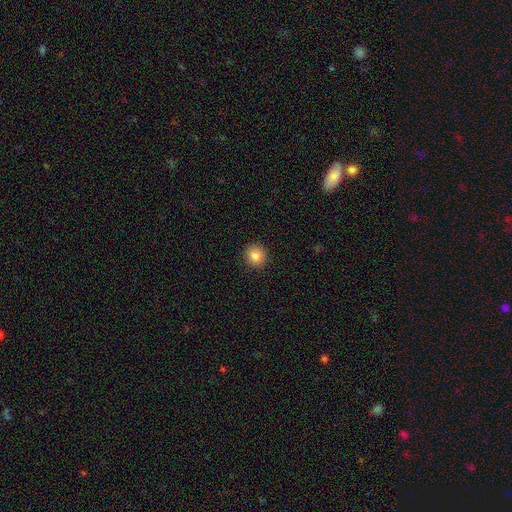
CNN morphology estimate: A smooth galaxy with no disk features (84%) that is round (92%).

Vote fractions:
- Smooth or featured? smooth: 84% / star or artifact: 10% / featured or disk: 6%
- How rounded? round: 92% / in between: 7% / cigar-shaped: 1%
- Merging? none: 92% / minor disturbance: 5% / major disturbance: 2% / merger: 1%